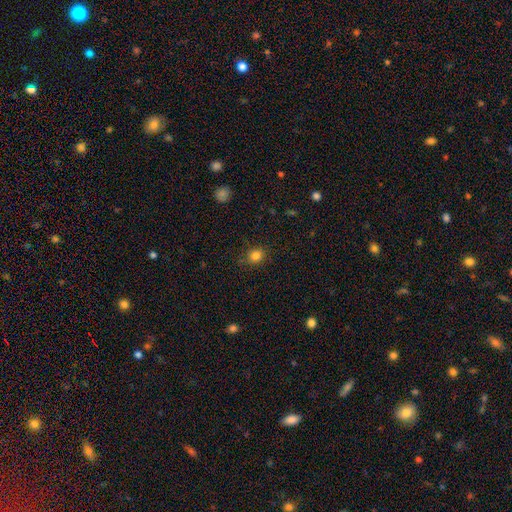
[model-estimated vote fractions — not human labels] smooth_or_featured: smooth (p=0.82) [alt: star or artifact p=0.12]
how_rounded: round (p=0.73) [alt: in between p=0.26]
merging: none (p=0.84) [alt: minor disturbance p=0.11]